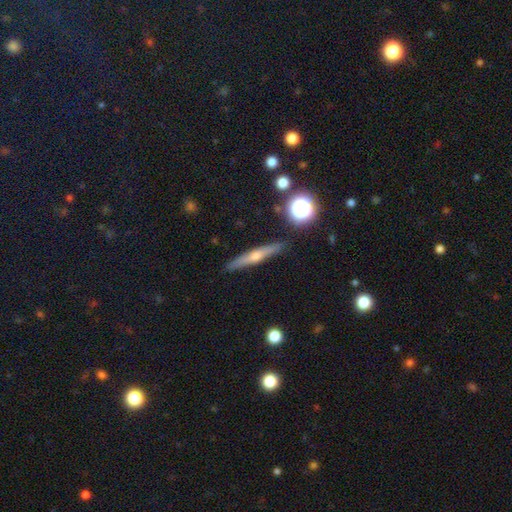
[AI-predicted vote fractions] featured or disk 63%, smooth 28%, star or artifact 9%. Down the decision tree: edge-on disk — yes (96%); edge-on bulge — rounded (83%); merging — none (90%).